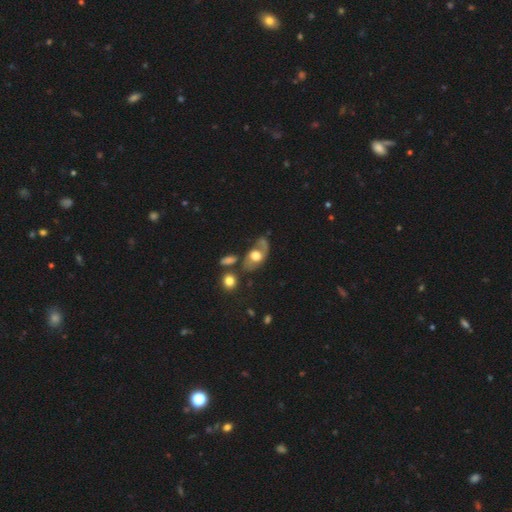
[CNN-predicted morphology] type=featured or disk (53%); edge-on=no (89%); merging=none (46%).